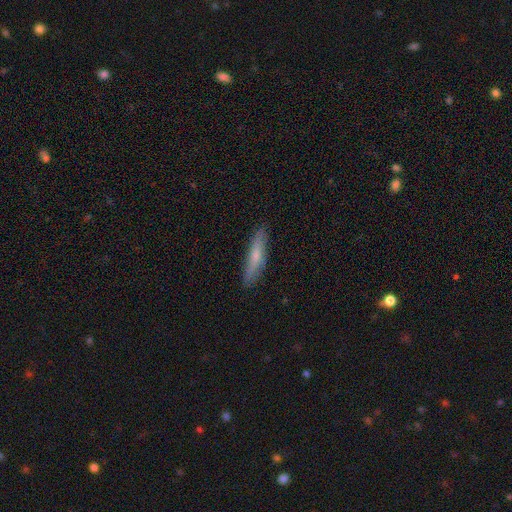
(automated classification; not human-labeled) Q: Smooth or featured?
A: smooth (59%); runner-up: featured or disk (35%)
Q: How rounded?
A: cigar-shaped (84%); runner-up: in between (14%)
Q: Merging?
A: none (85%); runner-up: minor disturbance (12%)